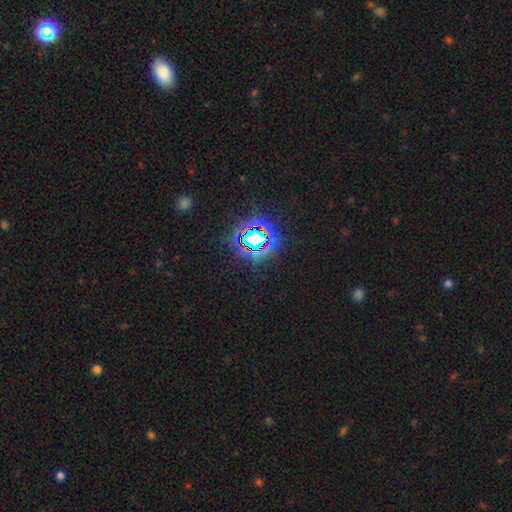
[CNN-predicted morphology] Smooth or featured? star or artifact (78%)